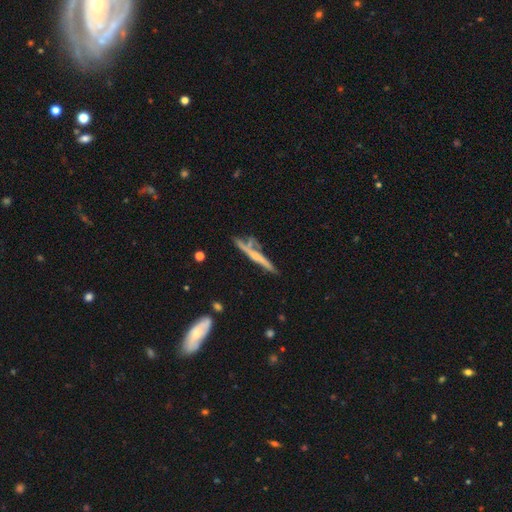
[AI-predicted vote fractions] Smooth or featured? featured or disk (59%)
Edge-on disk? yes (90%)
Edge-on bulge? none (56%)
Merging? none (58%)